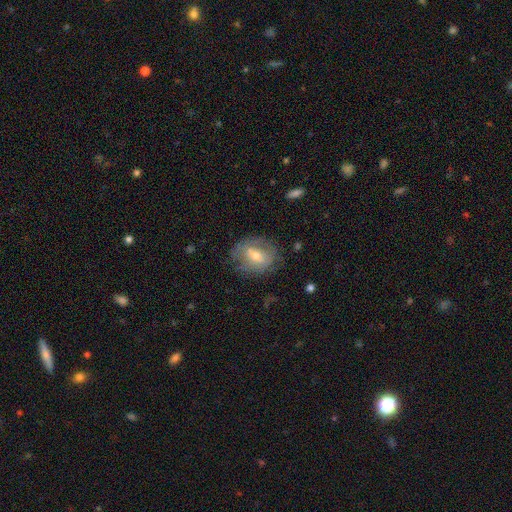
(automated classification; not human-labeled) Smooth or featured? featured or disk (46%, tied with smooth)
Merging? none (63%)